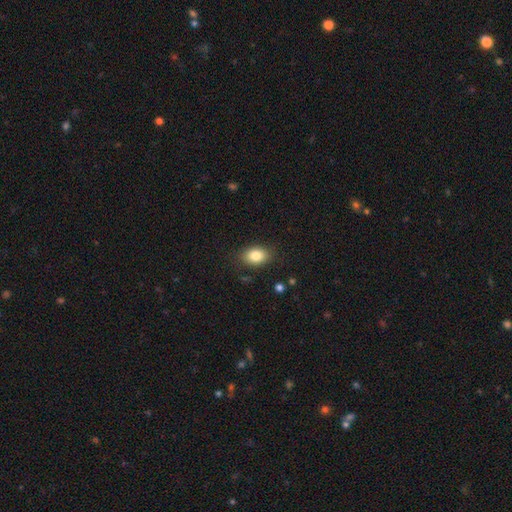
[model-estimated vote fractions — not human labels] A smooth galaxy with no disk features (83%) that is in between round and cigar-shaped (79%). Merging: none (84%).